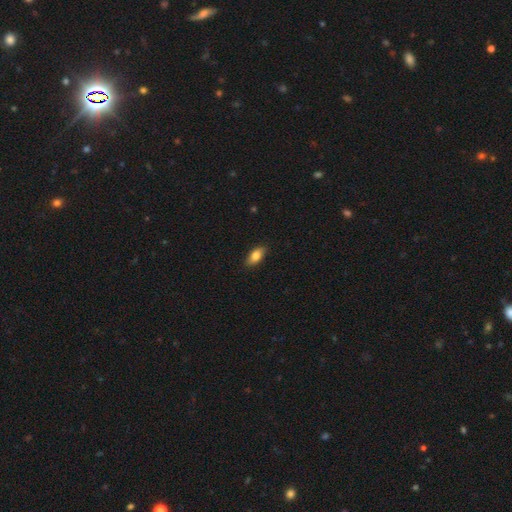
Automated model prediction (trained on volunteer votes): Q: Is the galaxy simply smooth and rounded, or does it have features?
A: smooth — 82%.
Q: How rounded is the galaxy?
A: in between — 88%.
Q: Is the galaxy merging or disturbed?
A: none — 87%.